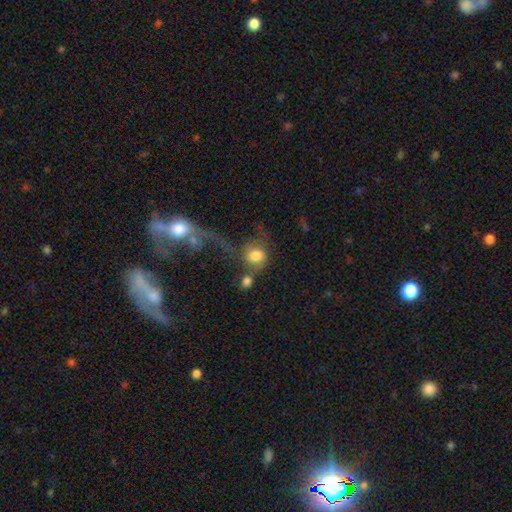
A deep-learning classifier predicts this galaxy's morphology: This is likely a smooth galaxy (68%). How rounded: likely round (74%). Merging: marginally merger (40%).